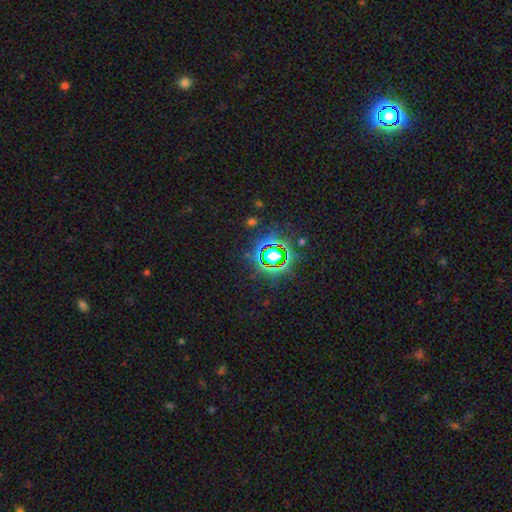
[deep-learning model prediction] Overall: star or artifact (81%).